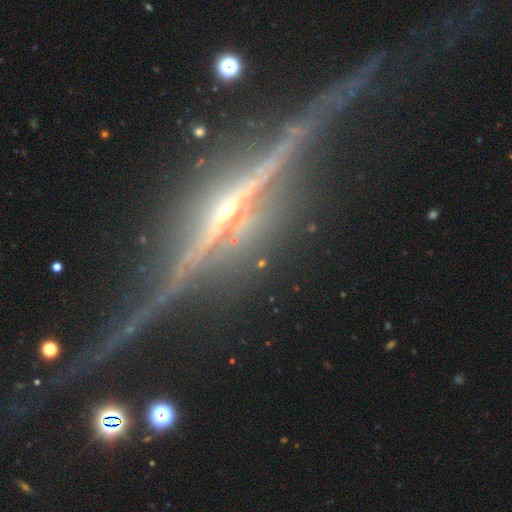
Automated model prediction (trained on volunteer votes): smooth_or_featured: featured or disk (p=0.90) [alt: star or artifact p=0.07]
disk_edge_on: yes (p=0.96) [alt: no p=0.04]
edge_on_bulge: rounded (p=0.78) [alt: none p=0.11]
merging: none (p=0.80) [alt: minor disturbance p=0.12]